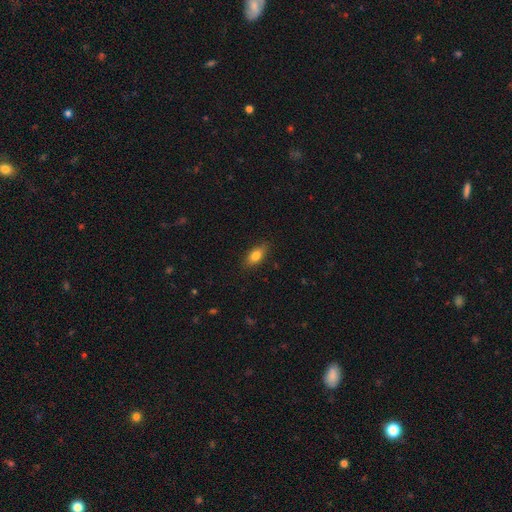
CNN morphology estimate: Smooth or featured?
  - smooth: 79% *
  - featured or disk: 13%
  - star or artifact: 8%
How rounded?
  - in between: 81% *
  - cigar-shaped: 12%
  - round: 6%
Merging?
  - none: 85% *
  - minor disturbance: 12%
  - major disturbance: 2%
  - merger: 1%